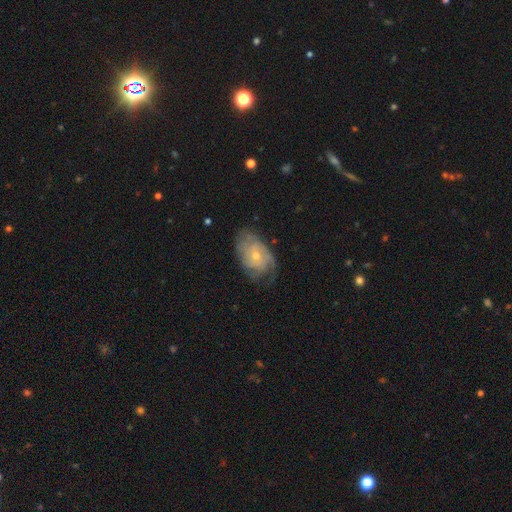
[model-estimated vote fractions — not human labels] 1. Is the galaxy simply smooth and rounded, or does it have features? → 64% featured or disk, 29% smooth, 7% star or artifact.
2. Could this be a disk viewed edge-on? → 96% no, 4% yes.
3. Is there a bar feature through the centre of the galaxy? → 78% no, 19% weak, 3% strong.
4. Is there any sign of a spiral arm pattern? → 80% yes, 20% no.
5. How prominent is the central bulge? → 59% small, 37% moderate, 2% large, 2% none, 1% dominant.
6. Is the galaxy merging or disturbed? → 60% none, 27% minor disturbance, 12% major disturbance, 1% merger.